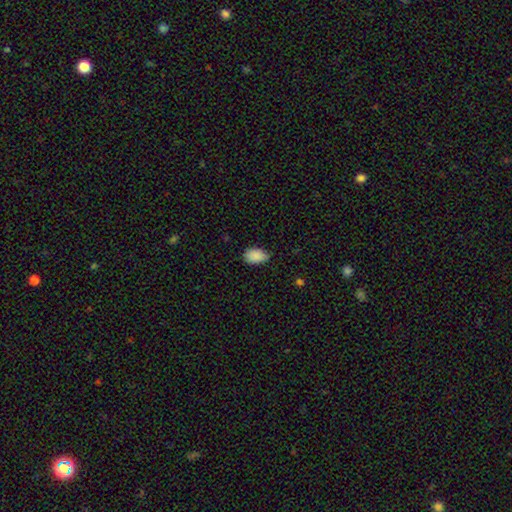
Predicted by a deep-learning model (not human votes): This appears to be a smooth galaxy with no disk features (89%) that is in between round and cigar-shaped (89%). Merging: none (68%).